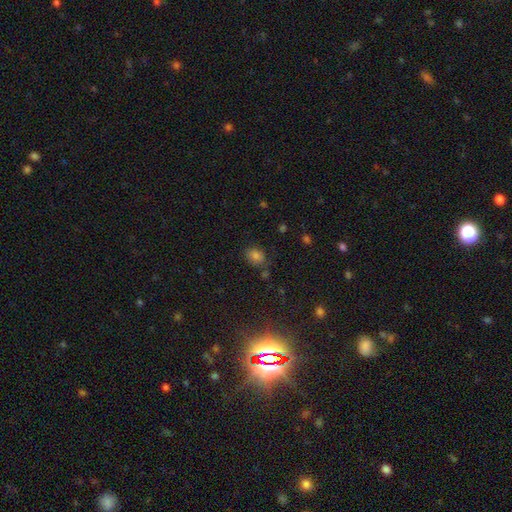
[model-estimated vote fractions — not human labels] Smooth or featured?
  - smooth: 71% *
  - star or artifact: 20%
  - featured or disk: 9%
How rounded?
  - in between: 60% *
  - round: 39%
  - cigar-shaped: 1%
Merging?
  - none: 72% *
  - minor disturbance: 17%
  - merger: 6%
  - major disturbance: 5%